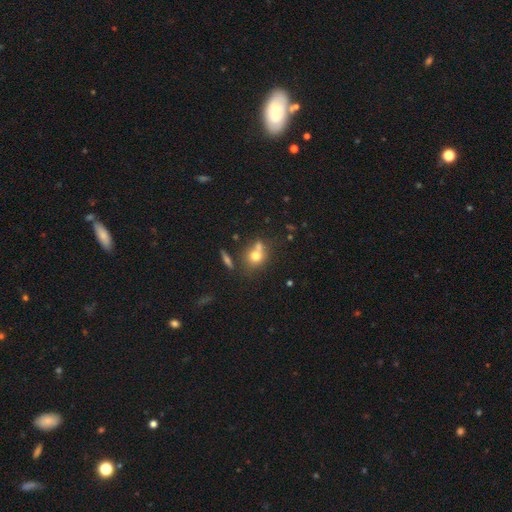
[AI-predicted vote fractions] This is likely a smooth galaxy (71%). How rounded: likely round (69%). Merging: possibly none (48%).